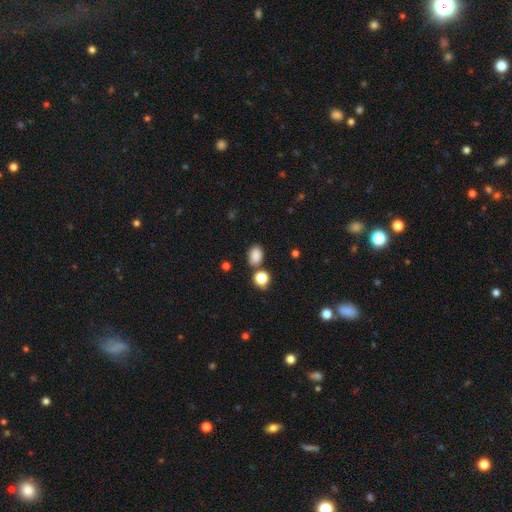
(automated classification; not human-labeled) smooth 84%, star or artifact 11%, featured or disk 5%. Down the decision tree: how rounded — in between (72%); merging — none (71%).